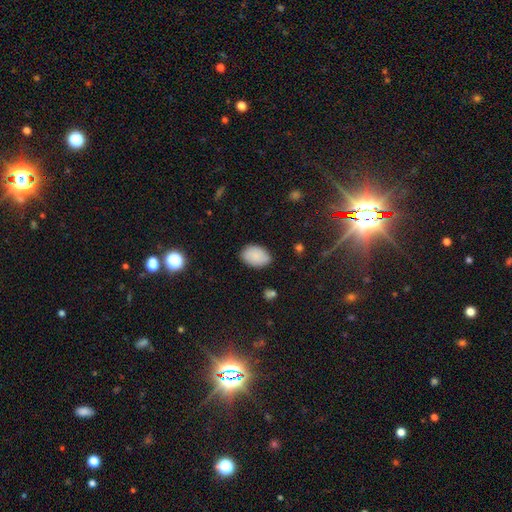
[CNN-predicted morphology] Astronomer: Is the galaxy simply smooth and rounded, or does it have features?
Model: smooth — 86%.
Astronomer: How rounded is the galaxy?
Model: in between — 88%.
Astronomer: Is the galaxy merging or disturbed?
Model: none — 81%.